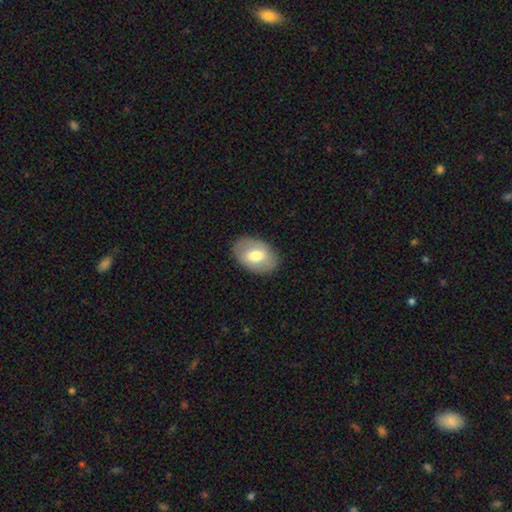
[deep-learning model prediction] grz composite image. It shows a smooth galaxy with no disk features (64%) that is in between round and cigar-shaped (86%). Merging: none (85%).